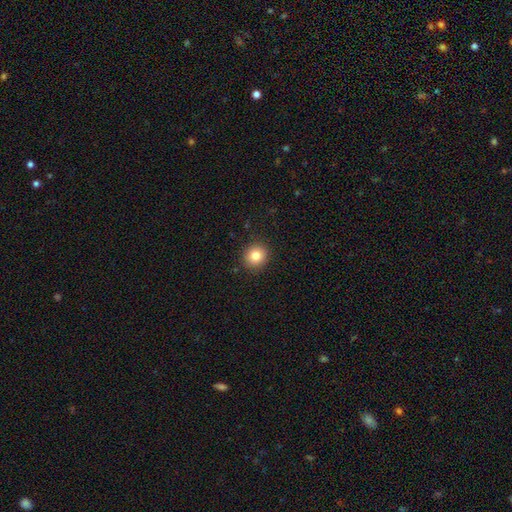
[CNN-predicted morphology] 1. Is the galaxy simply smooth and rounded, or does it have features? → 82% smooth, 10% star or artifact, 7% featured or disk.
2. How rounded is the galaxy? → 90% round, 9% in between, 1% cigar-shaped.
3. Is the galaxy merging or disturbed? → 91% none, 6% minor disturbance, 2% major disturbance, 1% merger.